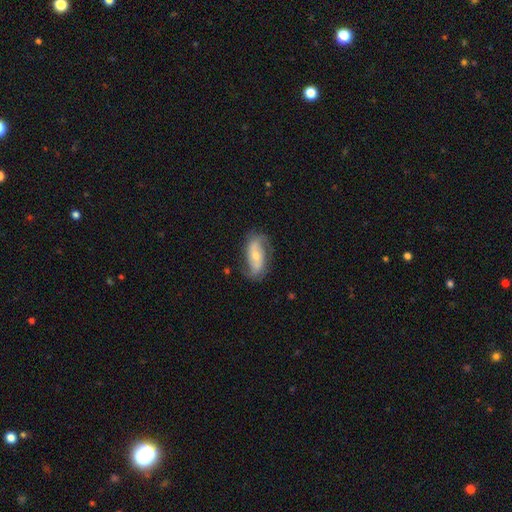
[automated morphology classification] A featured or disk galaxy (68%) with no bar (47%), 2 (86%) loose (46%) spiral arms (87%) and a moderate central bulge (50%).

Vote fractions:
- Smooth or featured? featured or disk: 68% / smooth: 25% / star or artifact: 6%
- Edge-on disk? no: 92% / yes: 8%
- Bar? no: 47% / weak: 33% / strong: 21%
- Spiral arms? yes: 87% / no: 13%
- Spiral winding? loose: 46% / medium: 36% / tight: 18%
- Spiral arm count? 2: 86% / can't tell: 8% / 1: 3% / 3: 1% / 4: 1% / more than 4: 1%
- Bulge size? moderate: 50% / small: 44% / large: 4% / none: 2% / dominant: 1%
- Merging? none: 71% / minor disturbance: 20% / major disturbance: 8% / merger: 2%